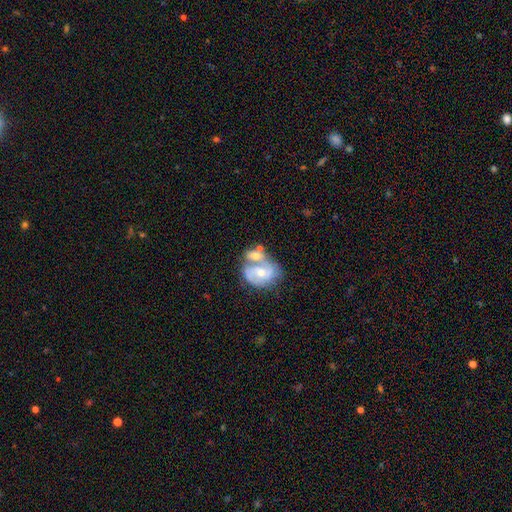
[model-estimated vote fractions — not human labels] Smooth or featured? Predicted: featured or disk (p=0.66). Edge-on disk? Predicted: no (p=0.96). Bar? Predicted: no (p=0.60). Spiral arms? Predicted: yes (p=0.75). Bulge size? Predicted: moderate (p=0.58). Merging? Predicted: merger (p=0.54).